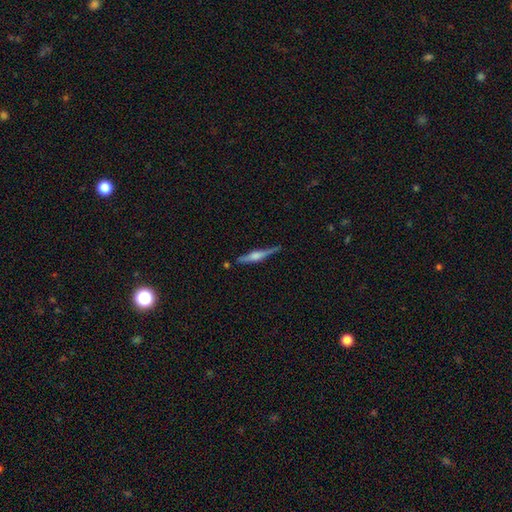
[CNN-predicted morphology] type=featured or disk (77%); edge-on=yes (98%); edge-on bulge=rounded (73%); merging=none (84%).